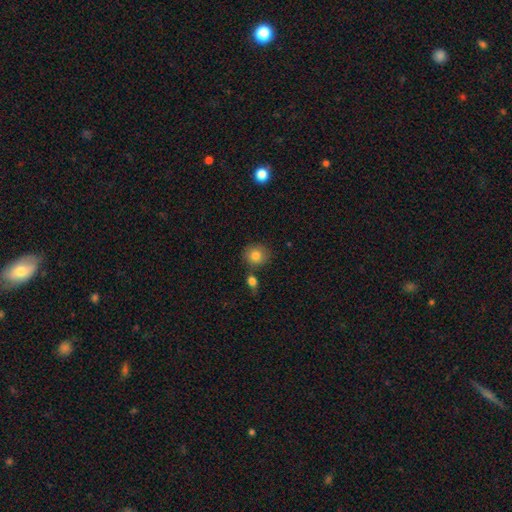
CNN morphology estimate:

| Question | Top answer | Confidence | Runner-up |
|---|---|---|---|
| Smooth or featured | smooth | 82% | star or artifact (9%) |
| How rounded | round | 82% | in between (17%) |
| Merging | none | 75% | minor disturbance (11%) |